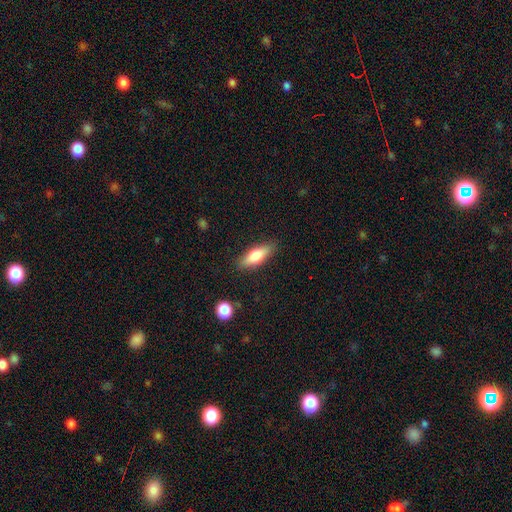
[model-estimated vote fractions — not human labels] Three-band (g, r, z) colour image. It shows a smooth galaxy with no disk features (70%) that is in between round and cigar-shaped (56%). Merging: none (85%).